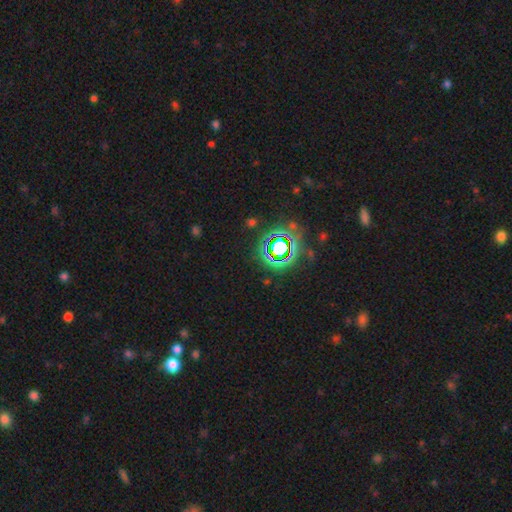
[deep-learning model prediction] Overall: star or artifact (67%).